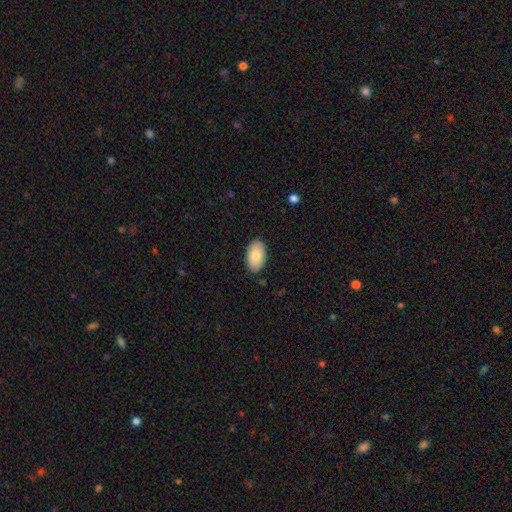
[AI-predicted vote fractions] Q: Smooth or featured?
A: smooth (80%); runner-up: featured or disk (13%)
Q: How rounded?
A: in between (95%); runner-up: round (4%)
Q: Merging?
A: none (88%); runner-up: minor disturbance (9%)